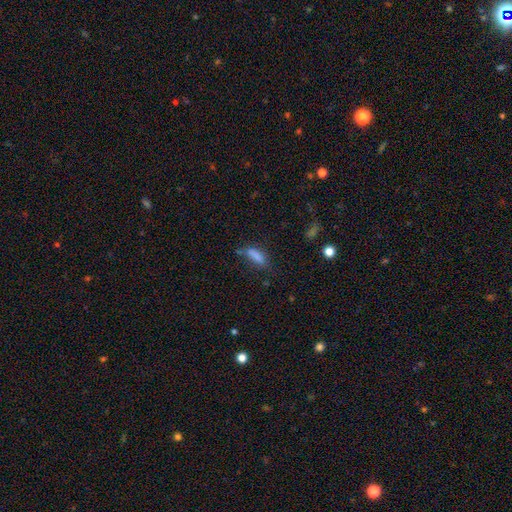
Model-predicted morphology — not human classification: The model was most divided on "how rounded": in between: 55%, cigar-shaped: 43%, round: 3%. More confident: smooth or featured — smooth (80%); merging — none (51%).